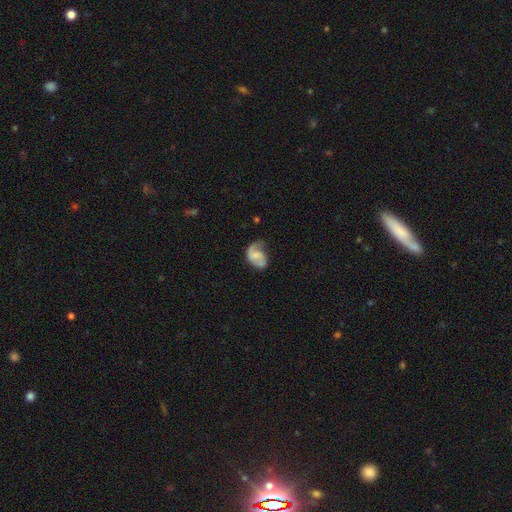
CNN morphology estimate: The model was most divided on "spiral winding": medium: 43%, loose: 38%, tight: 19%. Remaining: edge-on disk — no (98%); spiral arms — yes (90%); smooth or featured — featured or disk (65%); spiral arm count — 2 (62%); bar — no (52%); merging — none (45%); bulge size — small (42%).